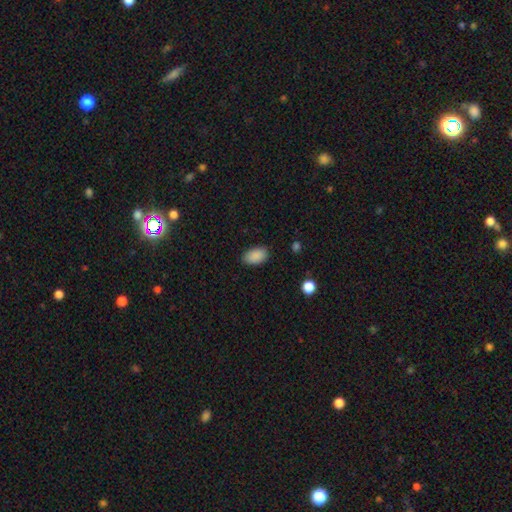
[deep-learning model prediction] Smooth or featured? Predicted: smooth (p=0.89). How rounded? Predicted: in between (p=0.92). Merging? Predicted: none (p=0.84).